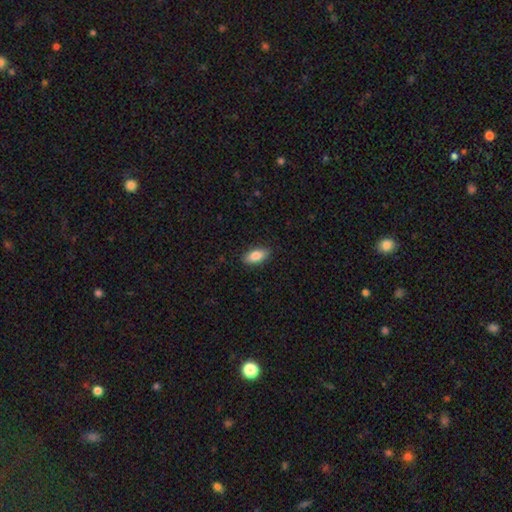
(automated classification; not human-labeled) smooth-or-featured: smooth: 86% | featured or disk: 7% | star or artifact: 7%
  how-rounded: in between: 89% | cigar-shaped: 8% | round: 3%
  merging: none: 88% | minor disturbance: 9% | major disturbance: 2% | merger: 1%